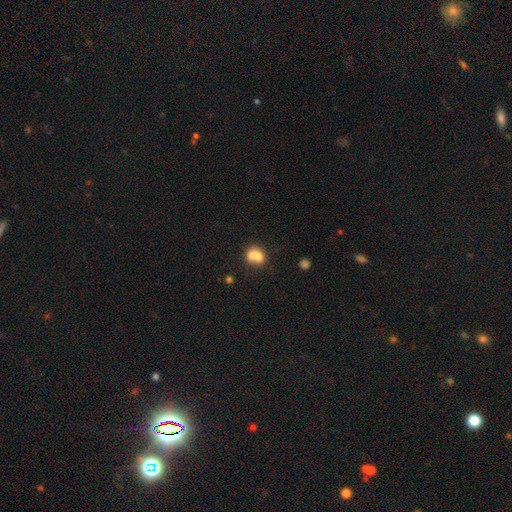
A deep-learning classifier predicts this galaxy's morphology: A smooth galaxy with no disk features (71%) that is round (57%). Merging: merger (57%).